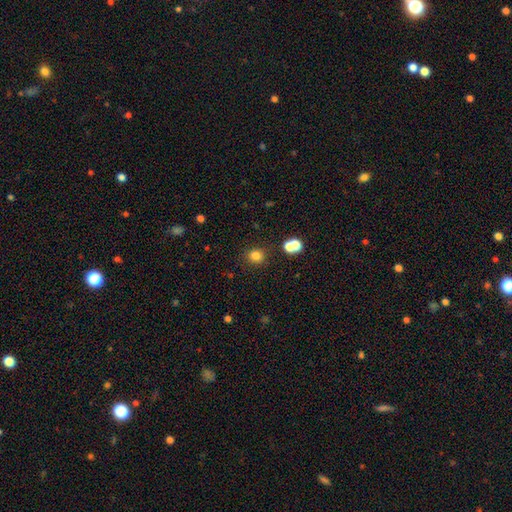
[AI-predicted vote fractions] smooth 80%, star or artifact 14%, featured or disk 5%. Down the decision tree: how rounded — round (83%); merging — none (83%).